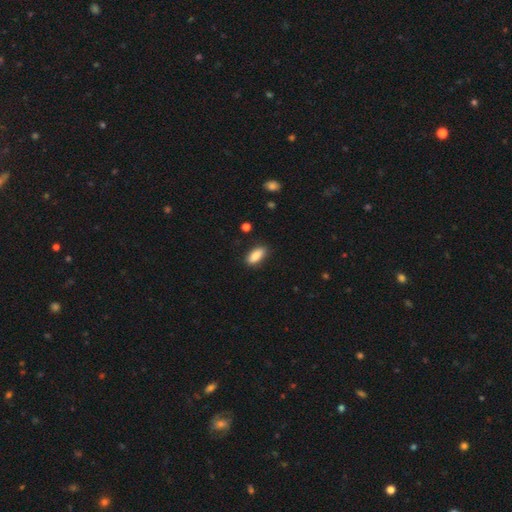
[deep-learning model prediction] This appears to be a smooth galaxy with no disk features (87%) that is in between round and cigar-shaped (82%). Merging: none (85%).